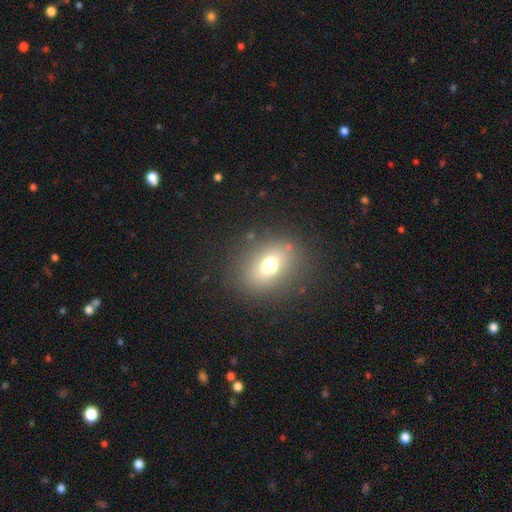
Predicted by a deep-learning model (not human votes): smooth-or-featured: smooth: 62% | featured or disk: 22% | star or artifact: 17%
  how-rounded: in between: 60% | round: 36% | cigar-shaped: 4%
  merging: none: 86% | minor disturbance: 9% | major disturbance: 3% | merger: 2%